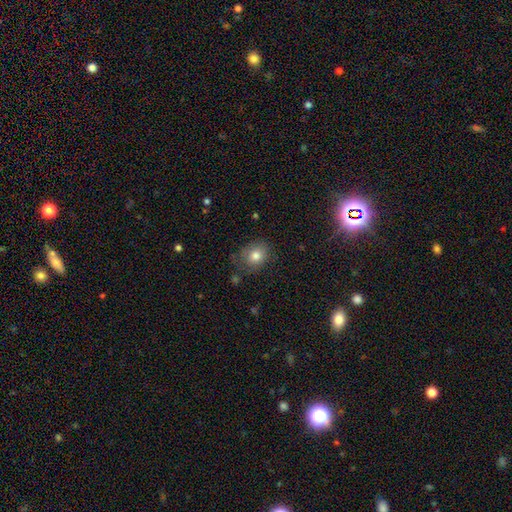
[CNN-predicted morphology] Smooth or featured?
  - smooth: 80% *
  - featured or disk: 10%
  - star or artifact: 10%
How rounded?
  - round: 56% *
  - in between: 43%
  - cigar-shaped: 1%
Merging?
  - none: 70% *
  - minor disturbance: 21%
  - major disturbance: 6%
  - merger: 2%